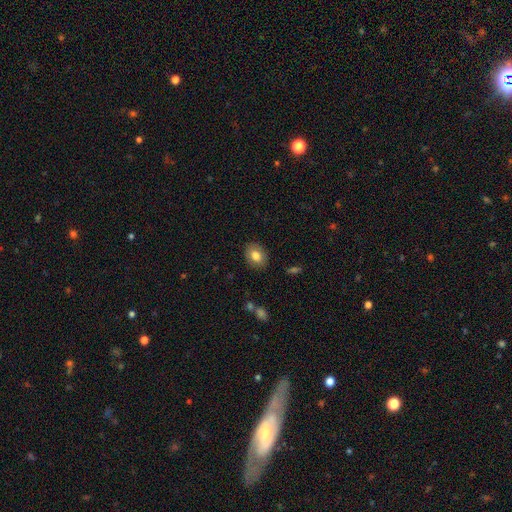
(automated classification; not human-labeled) Morphology: type=smooth (80%); roundness=in between (64%); merging=none (88%).